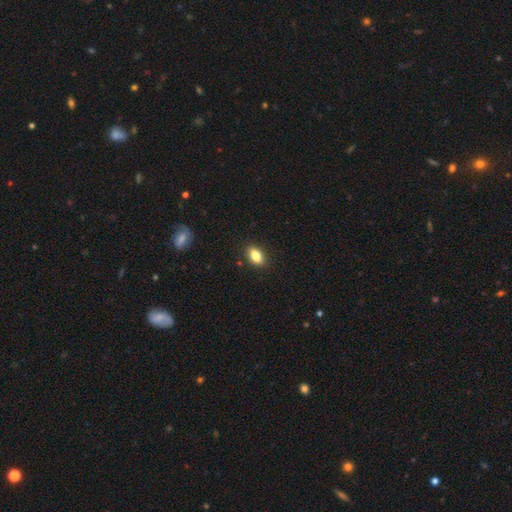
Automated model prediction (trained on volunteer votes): smooth 84%, star or artifact 9%, featured or disk 7%. Down the decision tree: how rounded — in between (87%); merging — none (88%).